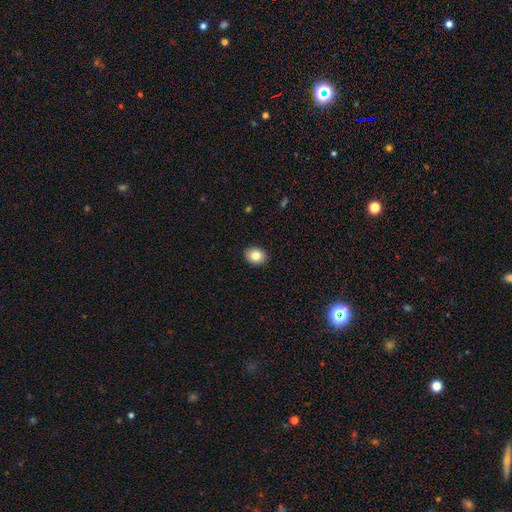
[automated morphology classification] A smooth galaxy with no disk features (84%) that is round (51%). Merging: none (91%).